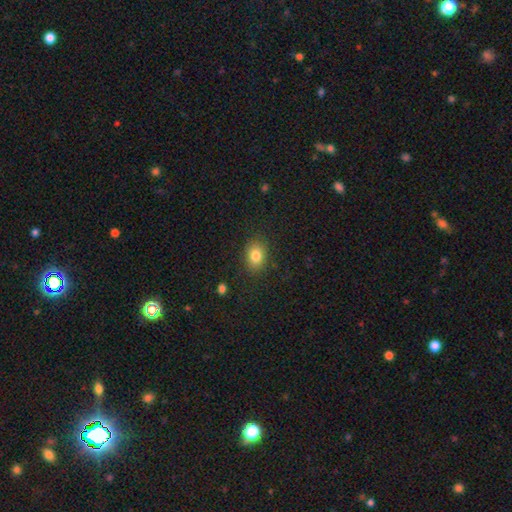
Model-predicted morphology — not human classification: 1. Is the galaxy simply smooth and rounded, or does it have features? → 82% smooth, 10% star or artifact, 7% featured or disk.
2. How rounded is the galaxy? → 63% in between, 36% round, 1% cigar-shaped.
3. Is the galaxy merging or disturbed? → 84% none, 11% minor disturbance, 3% major disturbance, 1% merger.